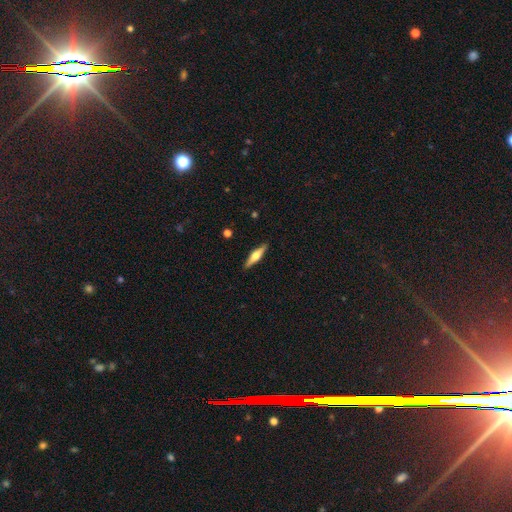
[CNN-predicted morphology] This is possibly a featured or disk galaxy (59%). It is clearly viewed edge-on (96%). Edge-on bulge: clearly rounded (89%). Merging: clearly none (90%).